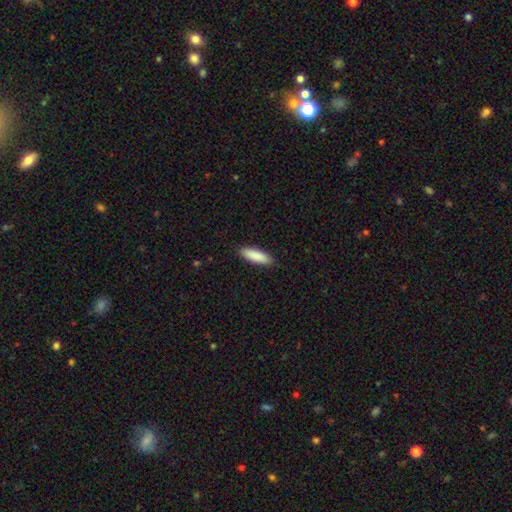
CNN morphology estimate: Smooth or featured? Predicted: smooth (p=0.89). How rounded? Predicted: in between (p=0.52). Merging? Predicted: none (p=0.90).